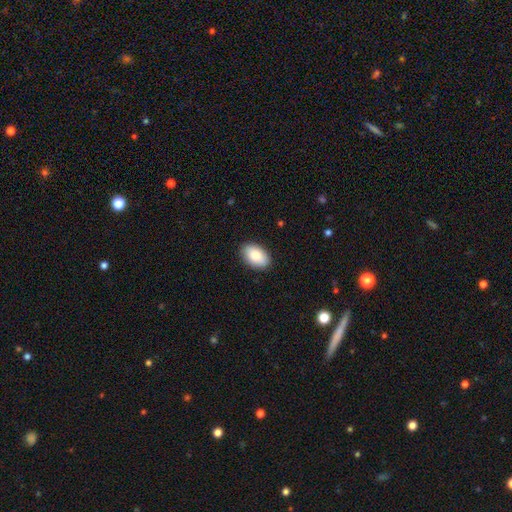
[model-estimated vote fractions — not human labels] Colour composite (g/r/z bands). It shows a smooth galaxy with no disk features (87%) that is in between round and cigar-shaped (92%). Merging: none (89%).